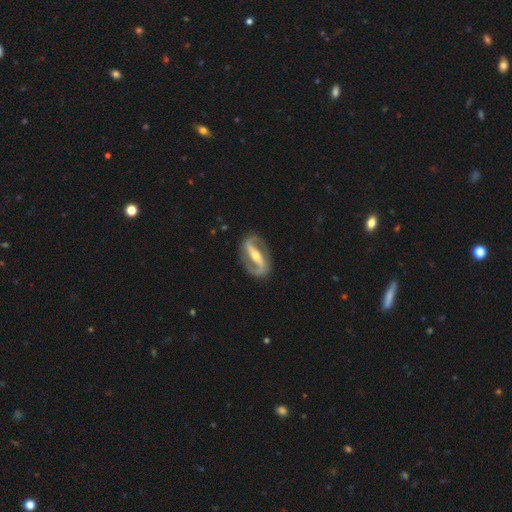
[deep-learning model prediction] smooth-or-featured: featured or disk: 92% | smooth: 5% | star or artifact: 3%
  disk-edge-on: no: 95% | yes: 5%
    bar: strong: 71% | weak: 18% | no: 11%
    has-spiral-arms: yes: 95% | no: 5%
      spiral-winding: medium: 48% | loose: 29% | tight: 23%
      spiral-arm-count: 2: 93% | 1: 2% | can't tell: 2% | 3: 1% | 4: 1% | more than 4: 1%
    bulge-size: moderate: 57% | small: 38% | large: 3% | none: 1% | dominant: 1%
  merging: none: 87% | minor disturbance: 9% | major disturbance: 3% | merger: 1%